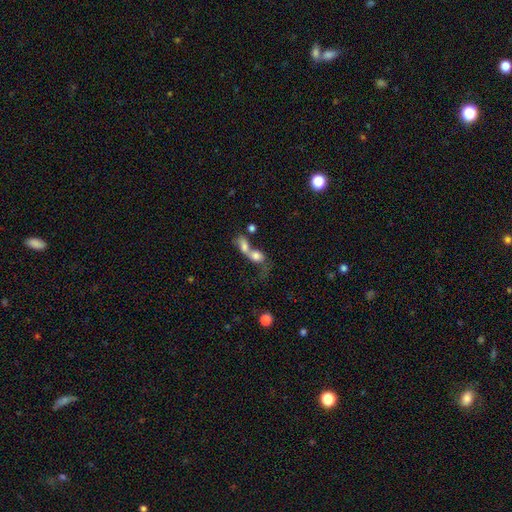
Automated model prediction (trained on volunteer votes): This is likely a smooth galaxy (65%). How rounded: possibly in between (54%). Merging: likely merger (79%).